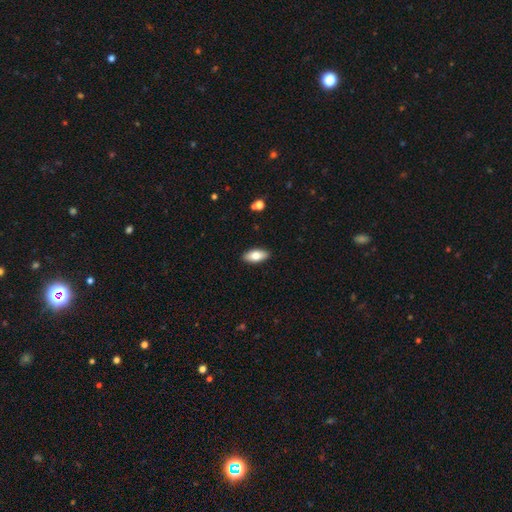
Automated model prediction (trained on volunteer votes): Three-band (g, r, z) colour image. It shows a smooth galaxy with no disk features (77%) that is in between round and cigar-shaped (86%). Merging: none (90%).